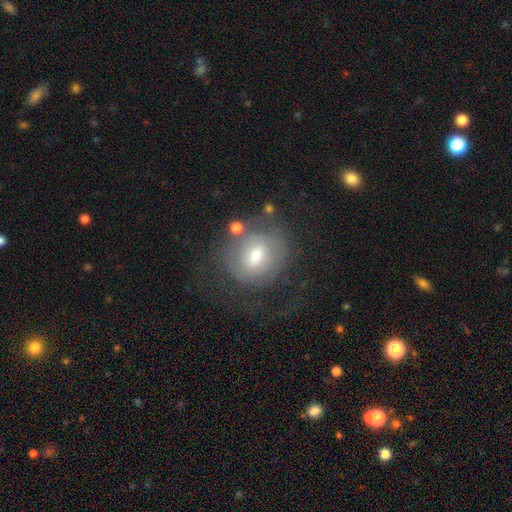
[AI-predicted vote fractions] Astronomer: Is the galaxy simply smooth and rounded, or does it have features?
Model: smooth — 44% (runner-up: featured or disk, 43%).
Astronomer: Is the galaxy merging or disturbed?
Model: none — 59%.